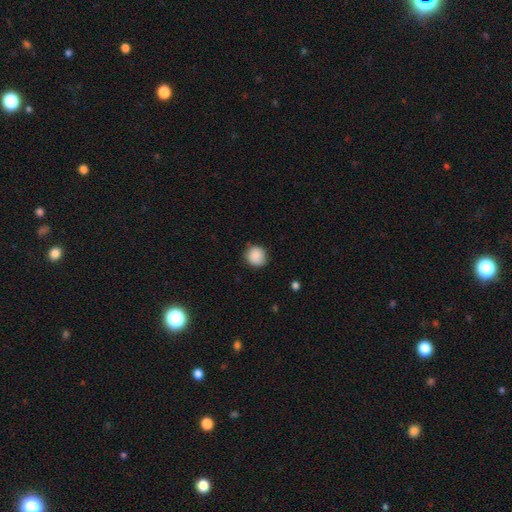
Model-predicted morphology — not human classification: smooth 88%, star or artifact 8%, featured or disk 4%. Down the decision tree: how rounded — round (91%); merging — none (84%).